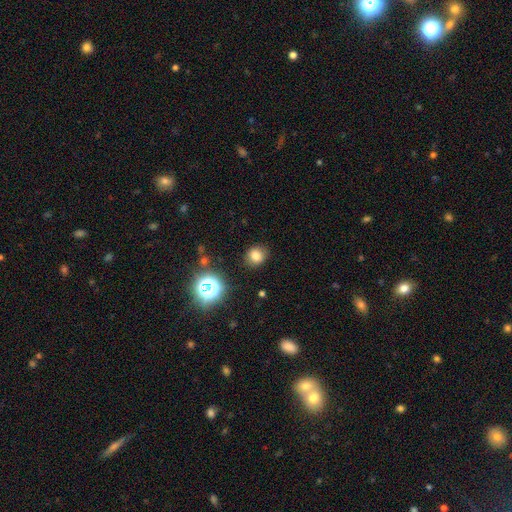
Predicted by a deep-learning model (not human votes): Smooth or featured? Predicted: smooth (p=0.77). How rounded? Predicted: round (p=0.73). Merging? Predicted: none (p=0.84).